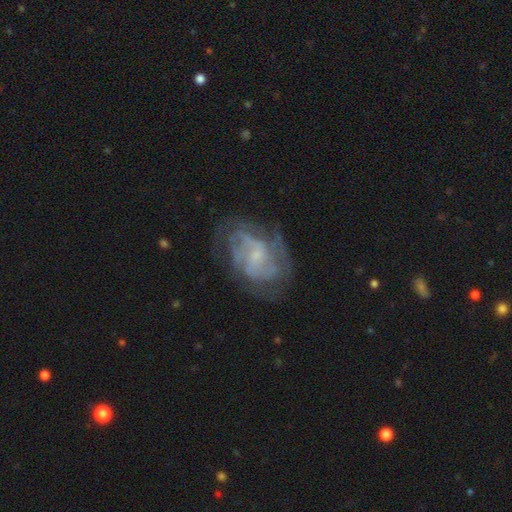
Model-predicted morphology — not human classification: Smooth or featured? featured or disk (76%)
Edge-on disk? no (97%)
Bar? no (56%)
Spiral arms? yes (81%)
Spiral winding? medium (42%)
Spiral arm count? can't tell (43%)
Bulge size? small (67%)
Merging? none (59%)